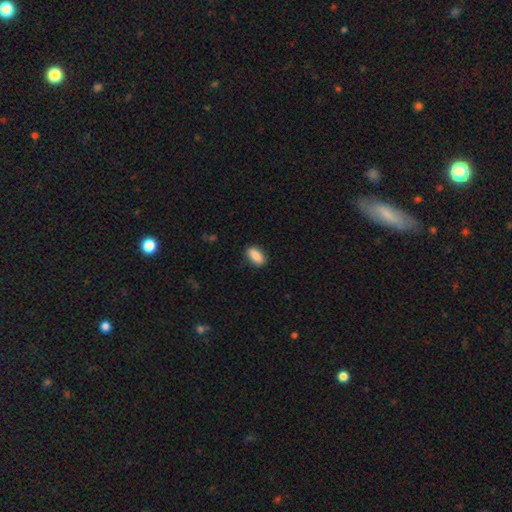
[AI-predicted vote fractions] This appears to be a smooth galaxy with no disk features (87%) that is in between round and cigar-shaped (89%). Merging: none (86%).